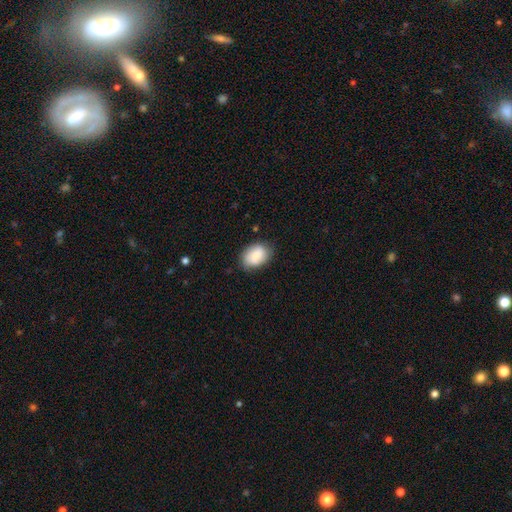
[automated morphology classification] Smooth or featured: smooth — 87% (featured or disk — 7%)
How rounded: in between — 83% (round — 16%)
Merging: none — 75% (minor disturbance — 20%)